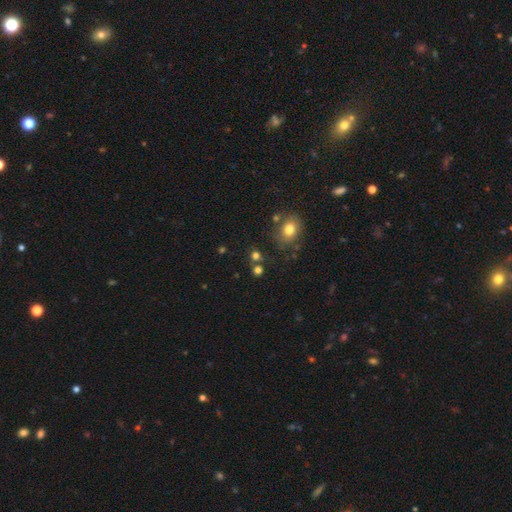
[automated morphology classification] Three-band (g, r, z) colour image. It shows a smooth galaxy with no disk features (72%) that is round (80%). Merging: none (67%).